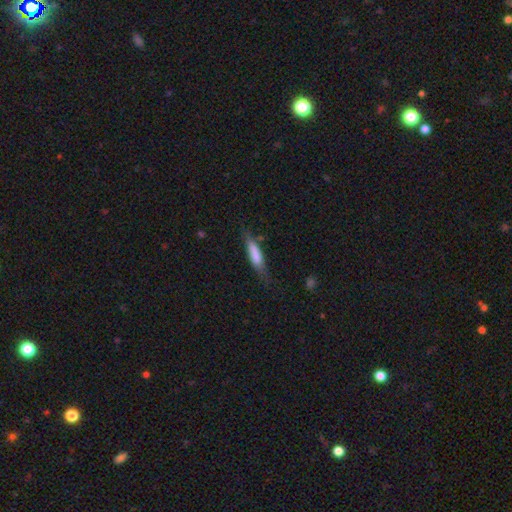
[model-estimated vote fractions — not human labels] Smooth or featured? smooth (73%)
How rounded? cigar-shaped (74%)
Merging? none (65%)